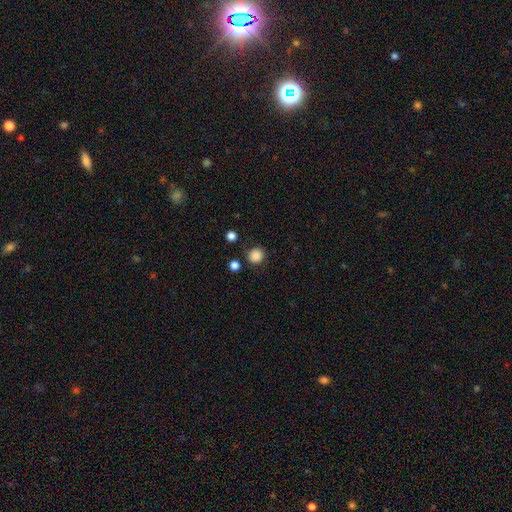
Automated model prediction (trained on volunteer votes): Smooth or featured?
  - smooth: 86% *
  - star or artifact: 11%
  - featured or disk: 4%
How rounded?
  - round: 91% *
  - in between: 8%
  - cigar-shaped: 1%
Merging?
  - none: 83% *
  - minor disturbance: 10%
  - merger: 4%
  - major disturbance: 3%